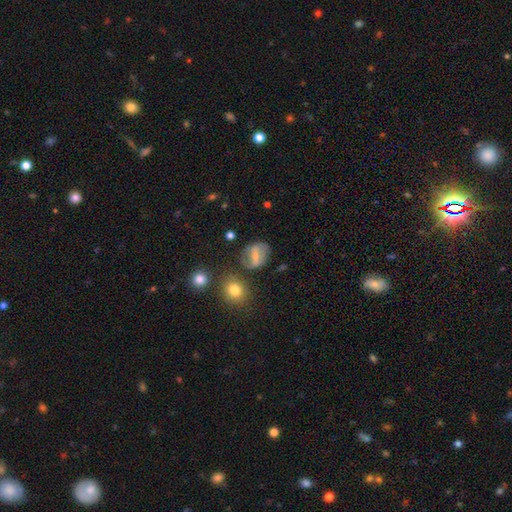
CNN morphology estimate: type=smooth (46%); merging=none (70%).